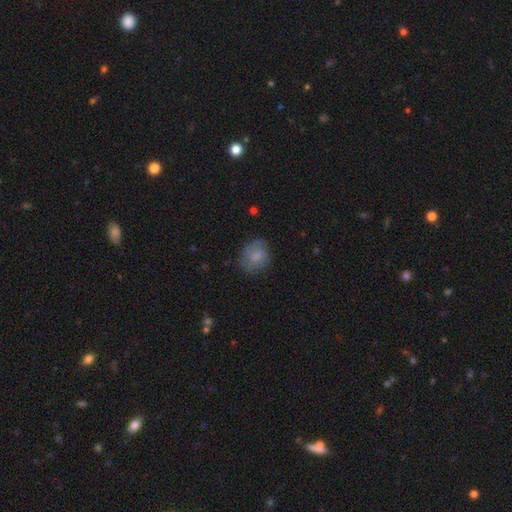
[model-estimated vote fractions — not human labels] Overall: smooth (66%). How rounded: round (61%; in between 38%). Merging: none (68%).